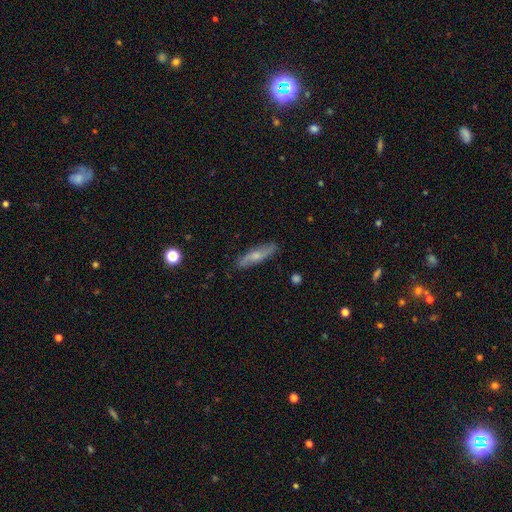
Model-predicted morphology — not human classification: smooth_or_featured: featured or disk (p=0.52) [alt: smooth p=0.41]
disk_edge_on: yes (p=0.51) [alt: no p=0.49]
merging: none (p=0.83) [alt: minor disturbance p=0.13]